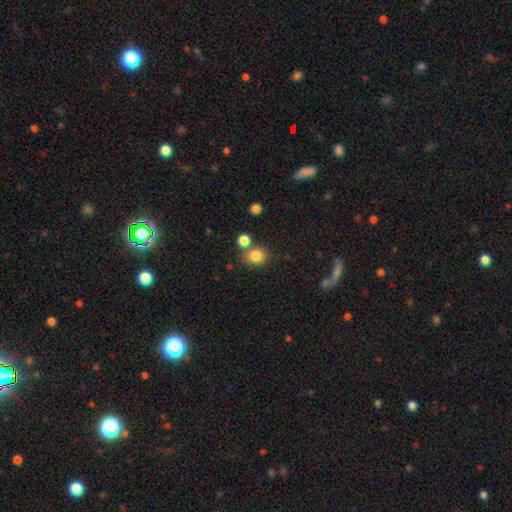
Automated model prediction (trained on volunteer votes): Smooth or featured: smooth — 83% (star or artifact — 11%)
How rounded: round — 71% (in between — 28%)
Merging: none — 67% (merger — 19%)